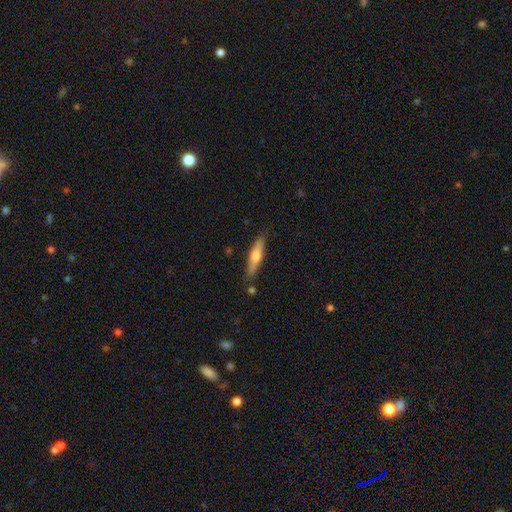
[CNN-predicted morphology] The model was most divided on "smooth or featured": smooth: 49%, featured or disk: 45%, star or artifact: 6%. More confident: merging — none (82%).